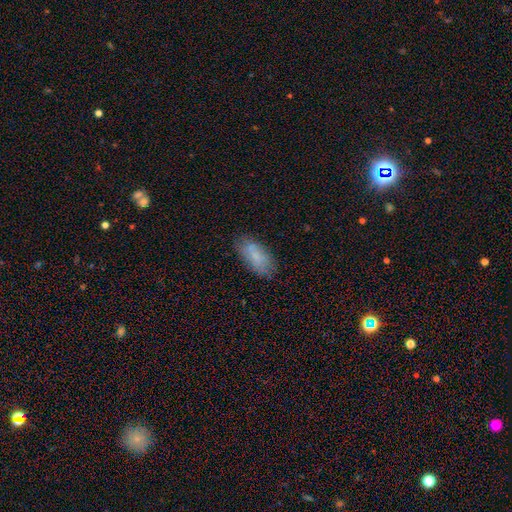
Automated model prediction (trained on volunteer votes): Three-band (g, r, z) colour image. It shows a smooth galaxy with no disk features (75%) that is in between round and cigar-shaped (89%). Merging: none (74%).